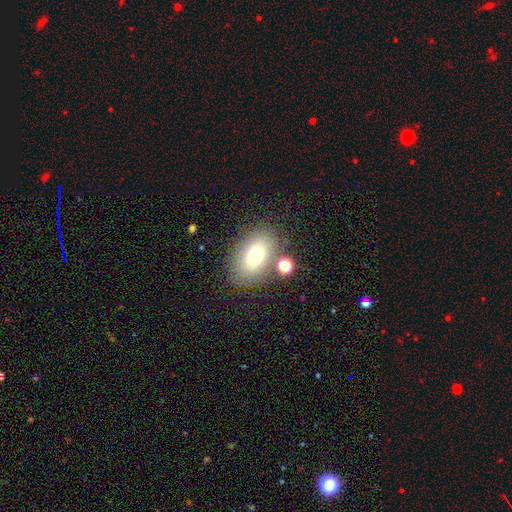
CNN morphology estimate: Overall: smooth (68%). How rounded: in between (85%). Merging: none (74%).